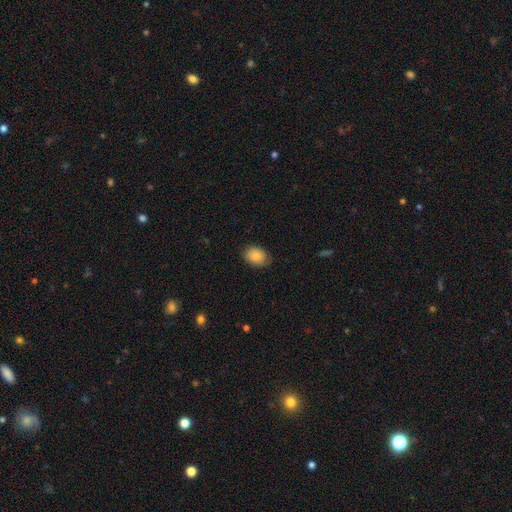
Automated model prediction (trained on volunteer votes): smooth 84%, featured or disk 8%, star or artifact 7%. Down the decision tree: how rounded — in between (69%); merging — none (78%).